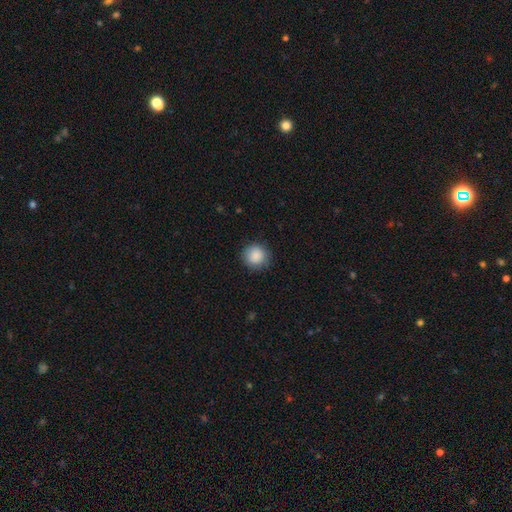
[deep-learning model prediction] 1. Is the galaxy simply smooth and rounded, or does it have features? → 89% smooth, 8% star or artifact, 3% featured or disk.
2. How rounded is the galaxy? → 92% round, 7% in between, 1% cigar-shaped.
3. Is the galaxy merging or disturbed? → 88% none, 9% minor disturbance, 2% major disturbance, 1% merger.